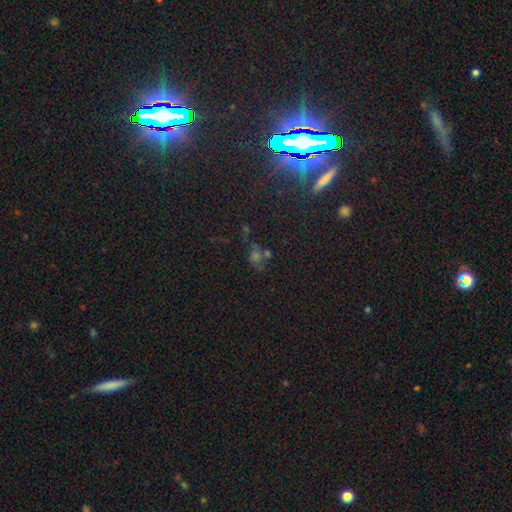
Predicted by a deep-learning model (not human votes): Overall: star or artifact (53%; smooth 31%).